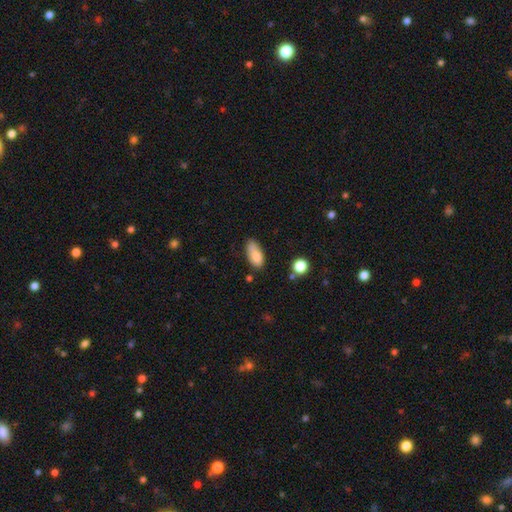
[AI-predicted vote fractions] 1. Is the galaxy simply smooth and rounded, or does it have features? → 83% smooth, 9% featured or disk, 8% star or artifact.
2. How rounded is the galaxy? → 85% in between, 12% cigar-shaped, 3% round.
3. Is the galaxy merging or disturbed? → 63% none, 27% minor disturbance, 6% major disturbance, 4% merger.